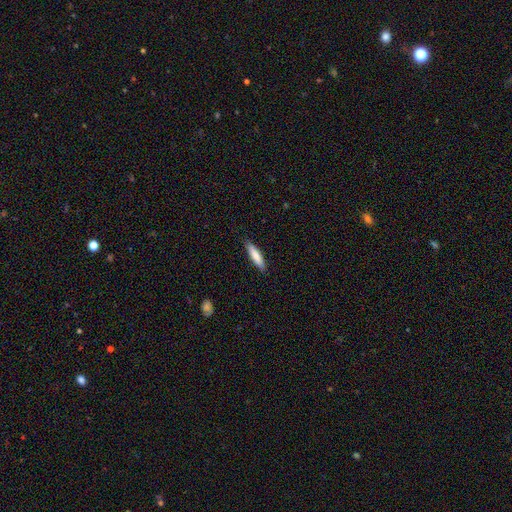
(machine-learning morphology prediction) type=smooth (79%); roundness=cigar-shaped (82%); merging=none (89%).